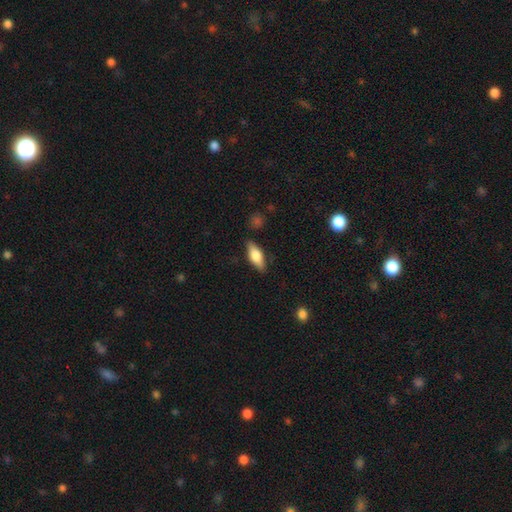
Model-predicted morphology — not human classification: smooth_or_featured: smooth (p=0.61) [alt: featured or disk p=0.32]
how_rounded: in between (p=0.69) [alt: cigar-shaped p=0.28]
merging: none (p=0.83) [alt: minor disturbance p=0.12]